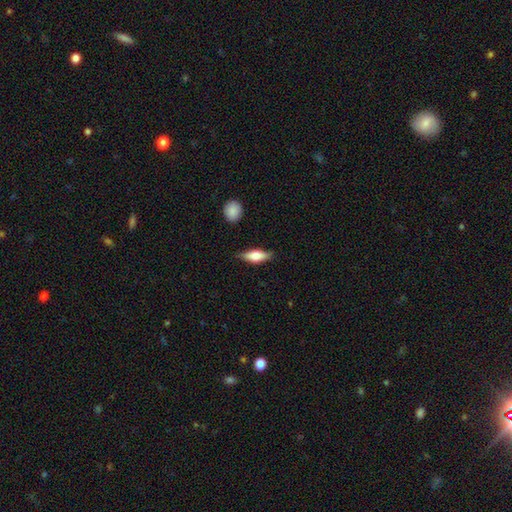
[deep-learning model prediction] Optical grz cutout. It shows a smooth galaxy with no disk features (59%) that is in between round and cigar-shaped (64%). Merging: none (79%).